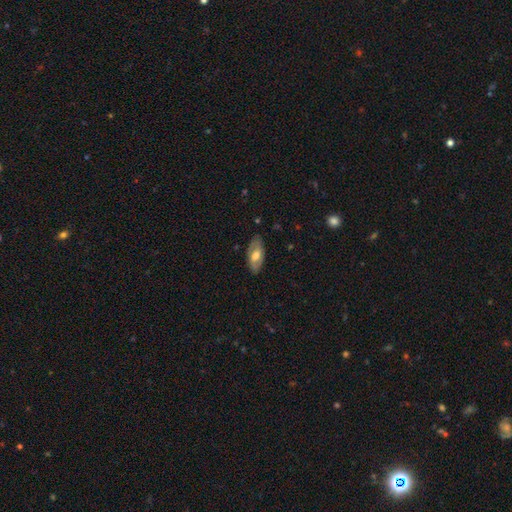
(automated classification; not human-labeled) The model was most divided on "smooth or featured": smooth: 54%, featured or disk: 40%, star or artifact: 6%. More confident: how rounded — in between (90%); merging — none (80%).